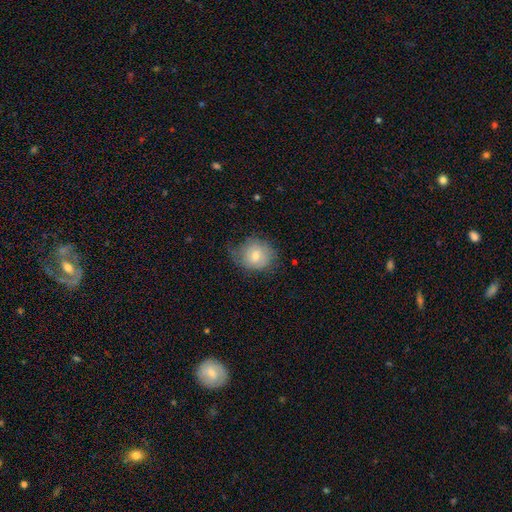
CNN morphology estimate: A smooth galaxy with no disk features (66%) that is round (75%). Merging: none (55%).